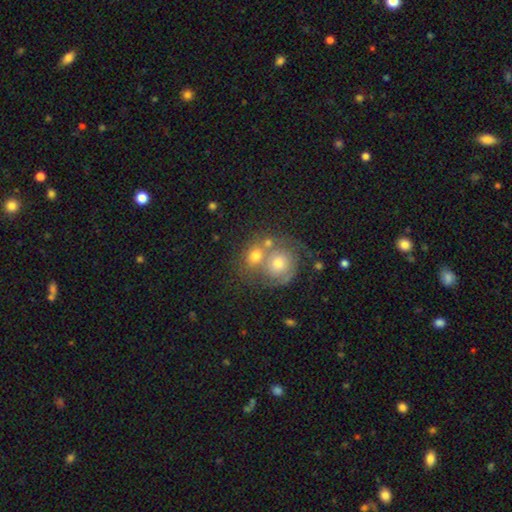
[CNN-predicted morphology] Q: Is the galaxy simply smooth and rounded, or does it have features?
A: smooth — 51%.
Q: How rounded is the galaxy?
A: round — 70%.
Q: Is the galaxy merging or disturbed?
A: merger — 50%.